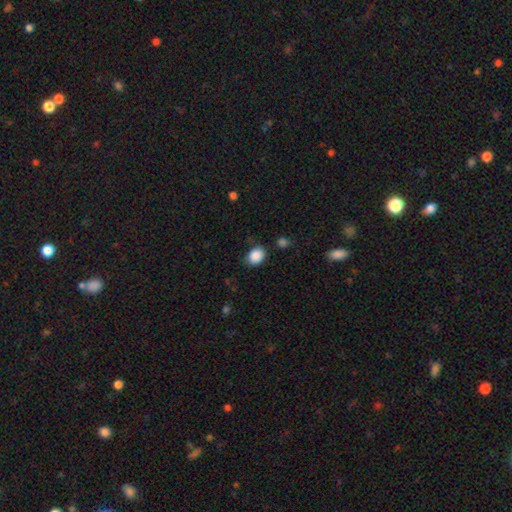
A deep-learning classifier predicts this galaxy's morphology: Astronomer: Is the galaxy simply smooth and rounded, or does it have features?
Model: smooth — 88%.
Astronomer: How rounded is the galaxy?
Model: in between — 54% (runner-up: round, 45%).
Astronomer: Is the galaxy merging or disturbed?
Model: none — 76%.